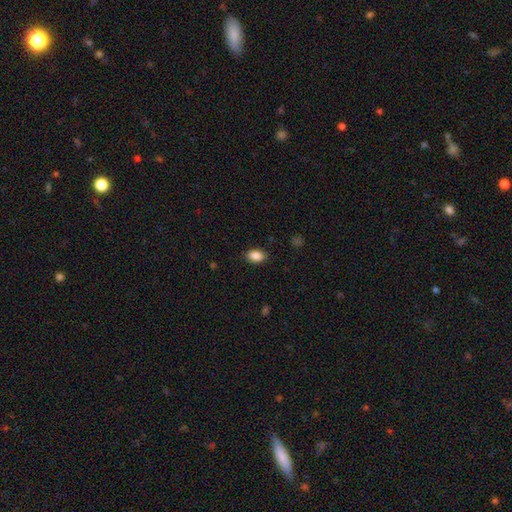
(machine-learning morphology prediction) Smooth or featured? Predicted: smooth (p=0.88). How rounded? Predicted: in between (p=0.86). Merging? Predicted: none (p=0.87).